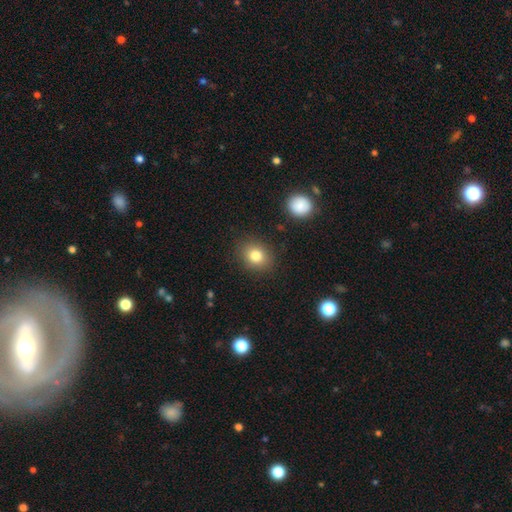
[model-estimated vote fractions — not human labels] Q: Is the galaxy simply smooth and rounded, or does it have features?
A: smooth — 81%.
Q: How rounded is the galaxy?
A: round — 57%.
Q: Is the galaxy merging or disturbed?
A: none — 86%.